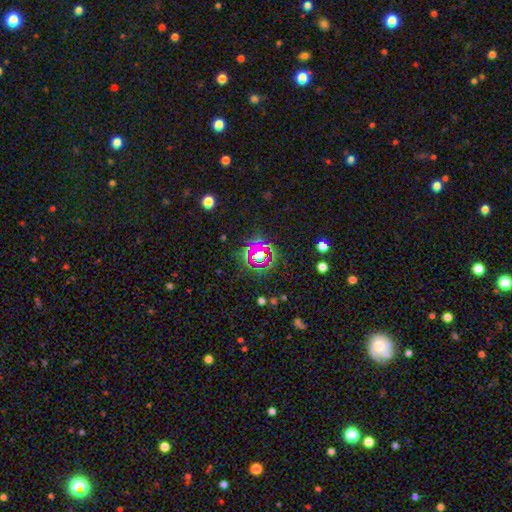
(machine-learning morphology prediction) Smooth or featured?
  - star or artifact: 66% *
  - smooth: 22%
  - featured or disk: 12%